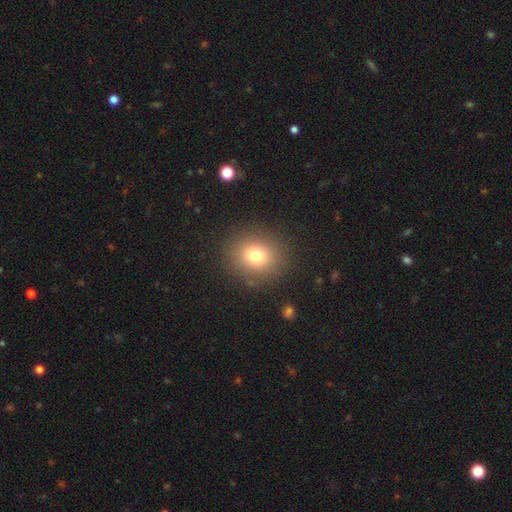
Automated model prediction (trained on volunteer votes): Q: Smooth or featured?
A: smooth (76%); runner-up: star or artifact (14%)
Q: How rounded?
A: round (82%); runner-up: in between (17%)
Q: Merging?
A: none (88%); runner-up: minor disturbance (7%)